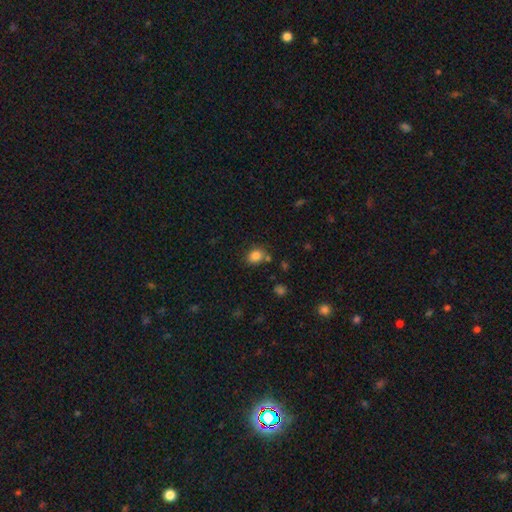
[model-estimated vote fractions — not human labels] Smooth or featured: smooth — 83% (star or artifact — 11%)
How rounded: round — 53% (in between — 47%)
Merging: none — 73% (minor disturbance — 14%)